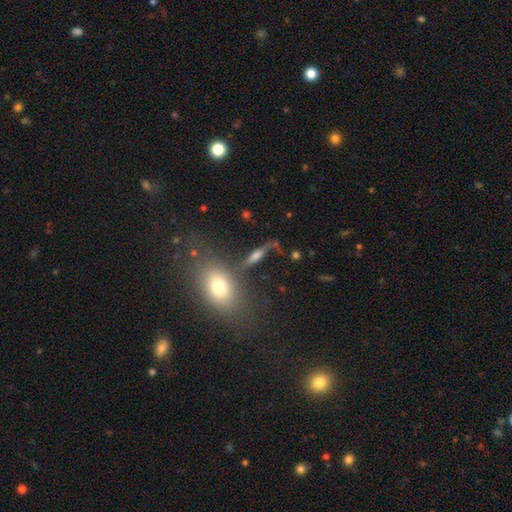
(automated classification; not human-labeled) The model was most divided on "smooth or featured": featured or disk: 51%, smooth: 37%, star or artifact: 12%. More confident: edge-on disk — yes (68%); merging — none (59%).